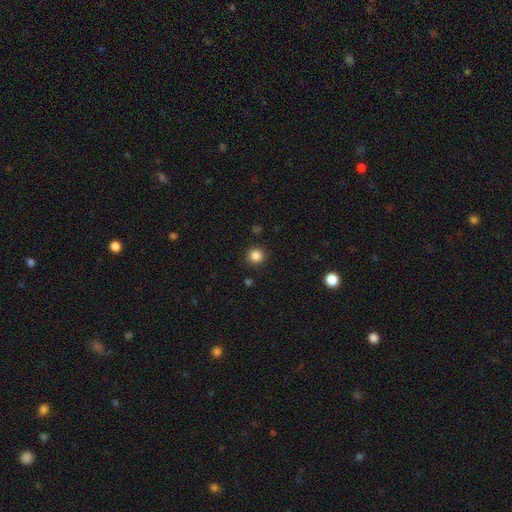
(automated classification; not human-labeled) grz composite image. It shows a smooth galaxy with no disk features (85%) that is round (94%). Merging: none (91%).